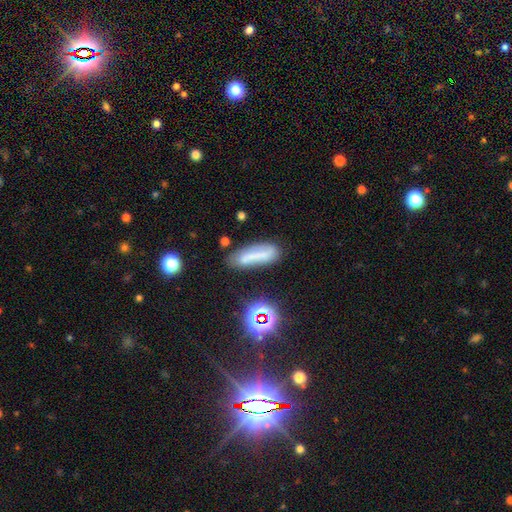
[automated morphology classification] This appears to be a smooth galaxy with no disk features (53%) that is cigar-shaped (54%). Merging: none (59%).